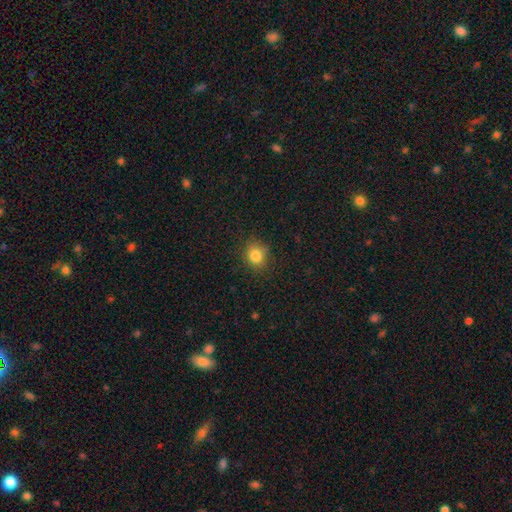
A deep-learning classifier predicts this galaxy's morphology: type=smooth (83%); roundness=round (78%); merging=none (84%).